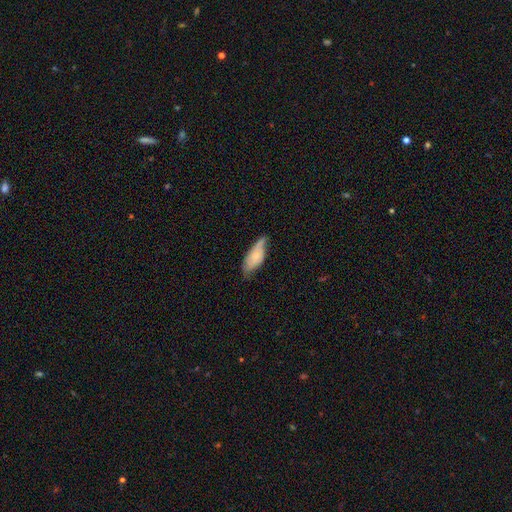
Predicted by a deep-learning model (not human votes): Smooth or featured? Predicted: smooth (p=0.57). How rounded? Predicted: in between (p=0.81). Merging? Predicted: none (p=0.47).